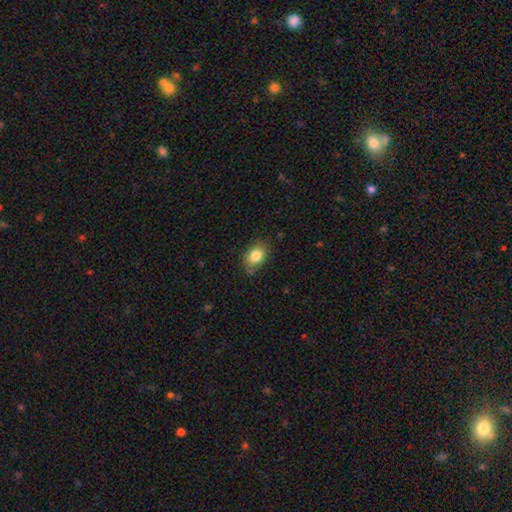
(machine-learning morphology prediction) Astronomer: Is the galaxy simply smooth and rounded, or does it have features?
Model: smooth — 84%.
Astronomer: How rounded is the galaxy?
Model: in between — 74%.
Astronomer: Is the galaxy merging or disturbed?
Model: none — 78%.